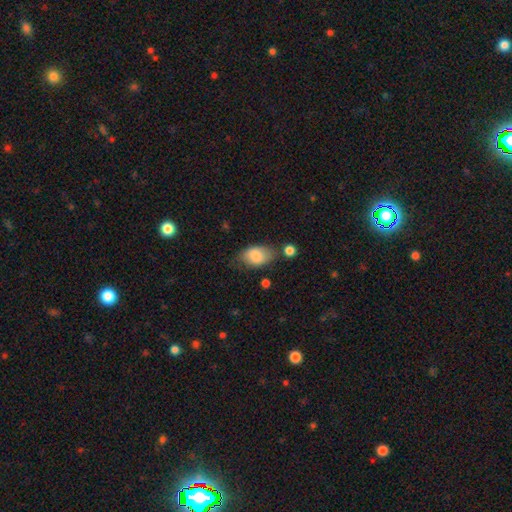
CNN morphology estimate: The model was most divided on "merging": none: 62%, minor disturbance: 24%, major disturbance: 7%, merger: 7%. More confident: how rounded — in between (90%); smooth or featured — smooth (82%).